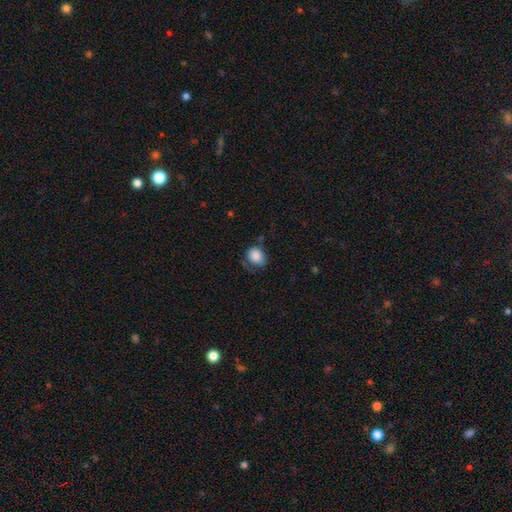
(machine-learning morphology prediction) A smooth galaxy with no disk features (85%) that is round (55%). Merging: none (59%).